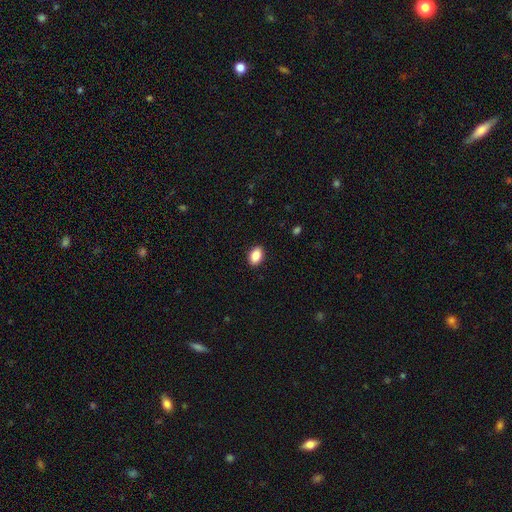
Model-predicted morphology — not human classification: This appears to be a smooth galaxy with no disk features (88%) that is in between round and cigar-shaped (86%). Merging: none (90%).